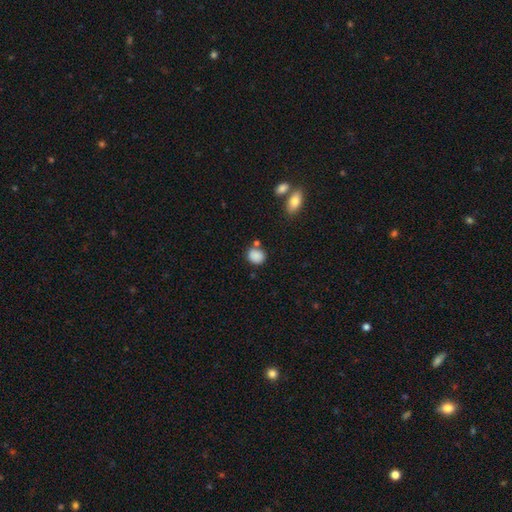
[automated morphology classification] Overall: smooth (86%). How rounded: round (62%; in between 37%). Merging: none (70%).